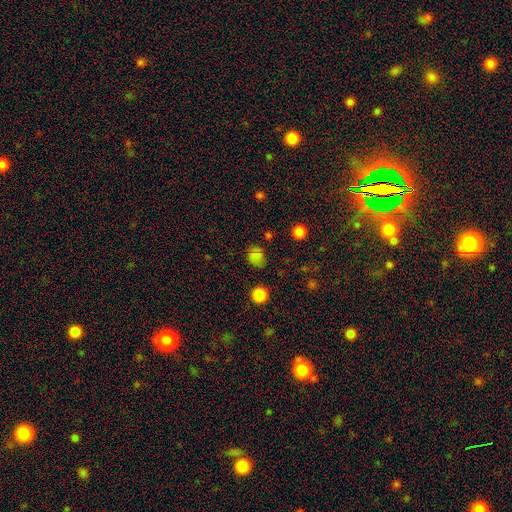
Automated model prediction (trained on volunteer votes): Smooth or featured?
  - smooth: 70% *
  - star or artifact: 22%
  - featured or disk: 7%
How rounded?
  - round: 62% *
  - in between: 37%
  - cigar-shaped: 1%
Merging?
  - none: 78% *
  - minor disturbance: 15%
  - major disturbance: 6%
  - merger: 2%